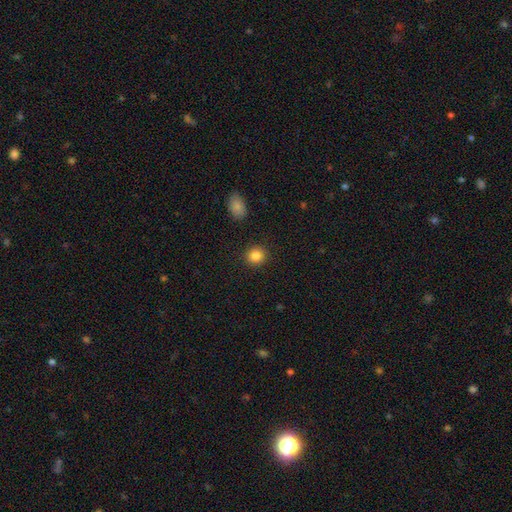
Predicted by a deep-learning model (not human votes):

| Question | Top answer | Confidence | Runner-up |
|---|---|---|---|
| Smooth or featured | smooth | 85% | star or artifact (10%) |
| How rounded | round | 86% | in between (13%) |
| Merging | none | 91% | minor disturbance (5%) |